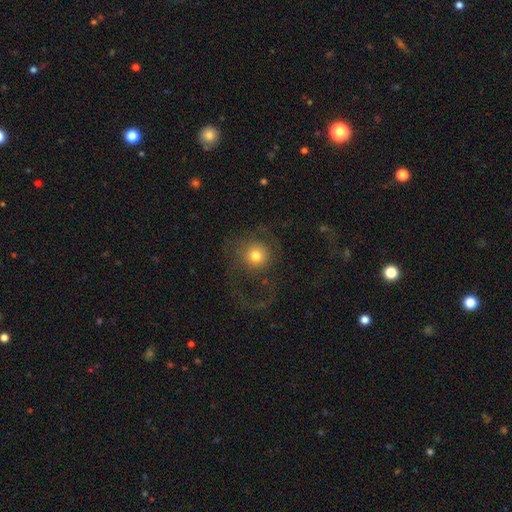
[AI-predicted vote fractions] A smooth galaxy with no disk features (58%) that is round (91%). Merging: none (48%).